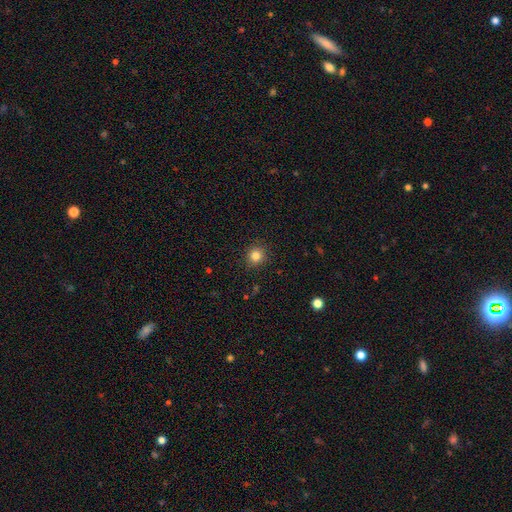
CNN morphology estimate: A smooth galaxy with no disk features (83%) that is round (88%). Merging: none (90%).